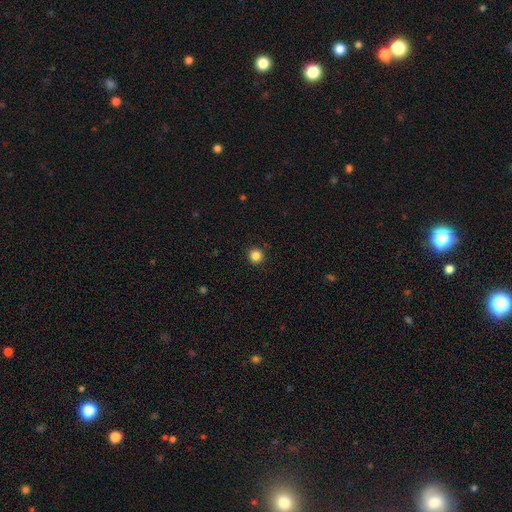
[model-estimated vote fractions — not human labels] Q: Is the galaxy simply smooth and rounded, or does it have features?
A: smooth — 85%.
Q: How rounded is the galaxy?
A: round — 96%.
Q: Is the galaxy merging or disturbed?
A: none — 93%.